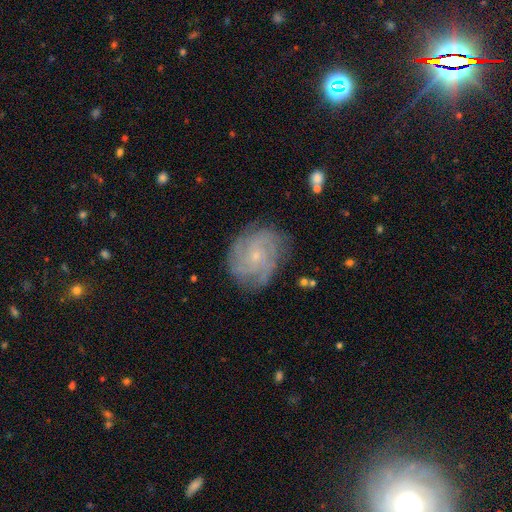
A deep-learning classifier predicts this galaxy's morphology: smooth_or_featured: featured or disk (p=0.77) [alt: smooth p=0.15]
disk_edge_on: no (p=0.97) [alt: yes p=0.03]
bar: no (p=0.74) [alt: weak p=0.22]
has_spiral_arms: yes (p=0.95) [alt: no p=0.05]
spiral_winding: tight (p=0.61) [alt: medium p=0.31]
spiral_arm_count: can't tell (p=0.29) [alt: 4 p=0.24]
bulge_size: small (p=0.77) [alt: moderate p=0.17]
merging: none (p=0.79) [alt: minor disturbance p=0.15]